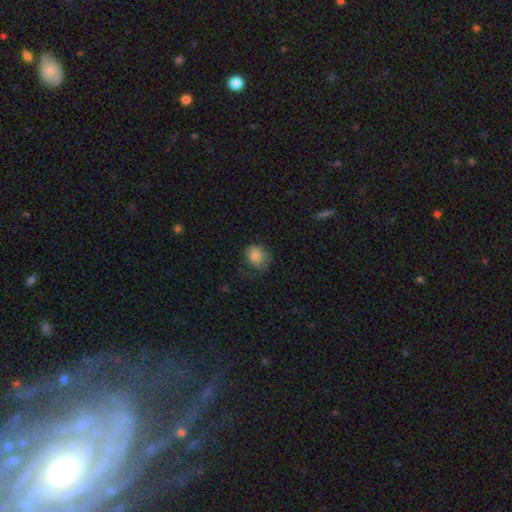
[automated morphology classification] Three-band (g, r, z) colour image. It shows a smooth galaxy with no disk features (85%) that is round (60%). Merging: none (62%).